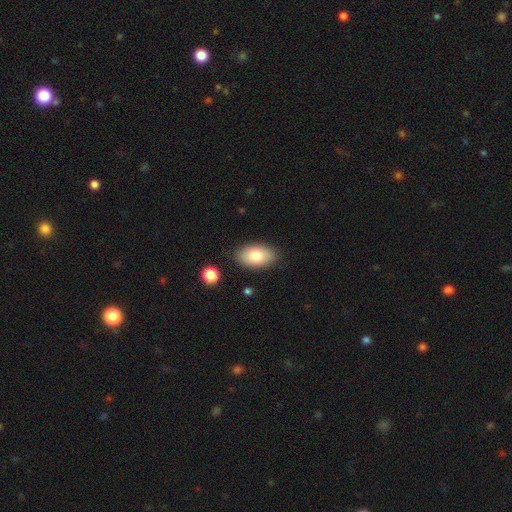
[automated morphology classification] smooth-or-featured: smooth: 81% | featured or disk: 12% | star or artifact: 7%
  how-rounded: in between: 93% | round: 5% | cigar-shaped: 2%
  merging: none: 85% | minor disturbance: 10% | major disturbance: 2% | merger: 2%